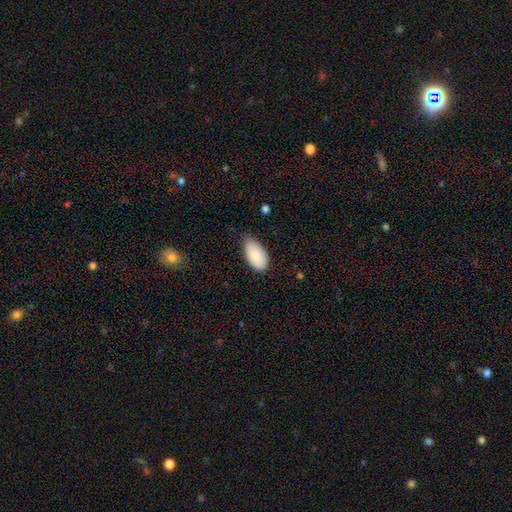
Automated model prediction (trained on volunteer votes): Smooth or featured?
  - smooth: 86% *
  - featured or disk: 8%
  - star or artifact: 6%
How rounded?
  - in between: 96% *
  - round: 2%
  - cigar-shaped: 2%
Merging?
  - none: 62% *
  - minor disturbance: 32%
  - major disturbance: 4%
  - merger: 1%